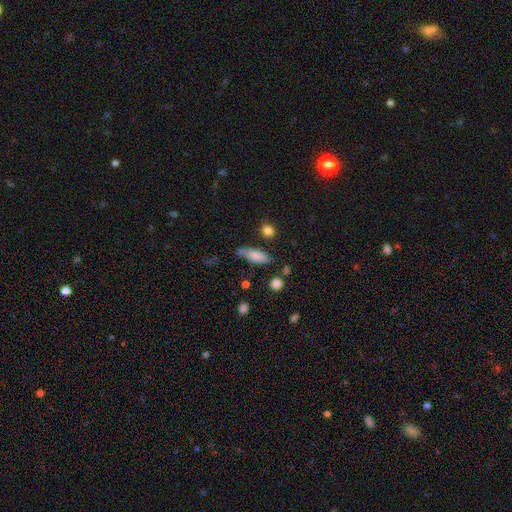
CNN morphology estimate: type=smooth (79%); roundness=in between (64%); merging=none (64%).